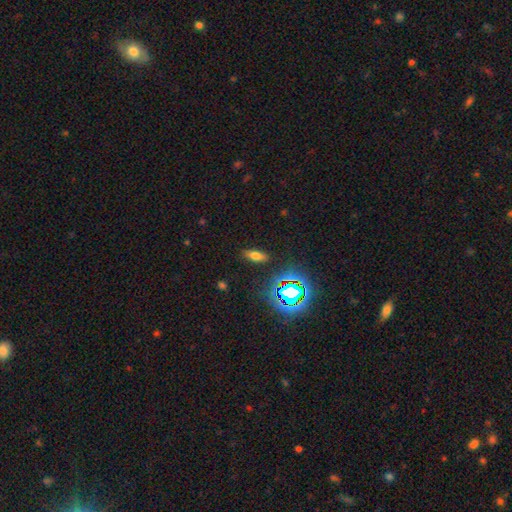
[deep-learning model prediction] smooth_or_featured: smooth (p=0.63) [alt: star or artifact p=0.24]
how_rounded: in between (p=0.73) [alt: cigar-shaped p=0.21]
merging: none (p=0.87) [alt: minor disturbance p=0.08]